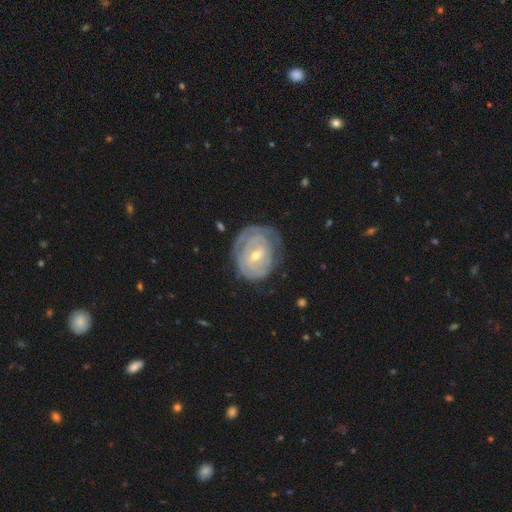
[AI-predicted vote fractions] Smooth or featured?
  - featured or disk: 79% *
  - smooth: 15%
  - star or artifact: 6%
Edge-on disk?
  - no: 97% *
  - yes: 3%
Bar?
  - weak: 47% *
  - no: 38%
  - strong: 15%
Spiral arms?
  - yes: 85% *
  - no: 15%
Spiral winding?
  - tight: 80% *
  - medium: 15%
  - loose: 5%
Spiral arm count?
  - can't tell: 51% *
  - 2: 22%
  - 3: 11%
  - 1: 6%
  - 4: 6%
  - more than 4: 4%
Bulge size?
  - small: 52% *
  - moderate: 45%
  - large: 2%
  - none: 1%
  - dominant: 1%
Merging?
  - none: 67% *
  - minor disturbance: 21%
  - major disturbance: 10%
  - merger: 2%